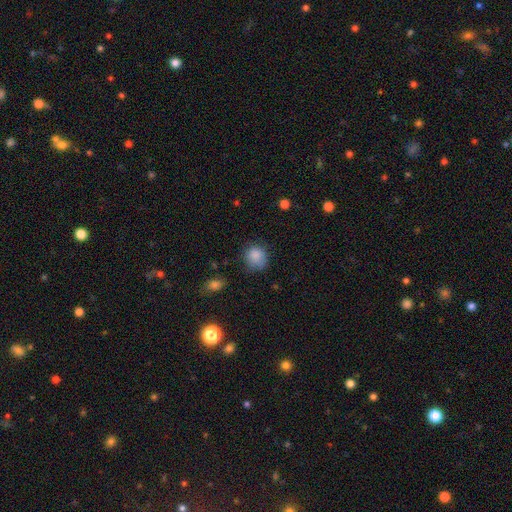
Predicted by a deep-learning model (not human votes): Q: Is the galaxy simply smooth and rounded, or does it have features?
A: smooth — 85%.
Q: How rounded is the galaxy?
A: round — 80%.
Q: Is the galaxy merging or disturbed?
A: none — 63%.